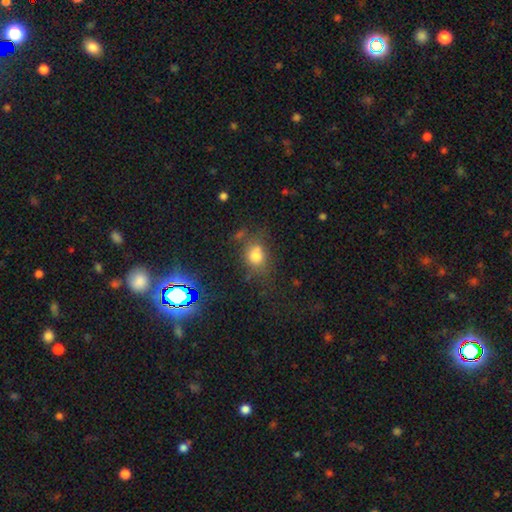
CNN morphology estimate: smooth_or_featured: smooth (p=0.72) [alt: star or artifact p=0.17]
how_rounded: round (p=0.56) [alt: in between p=0.43]
merging: none (p=0.58) [alt: minor disturbance p=0.21]